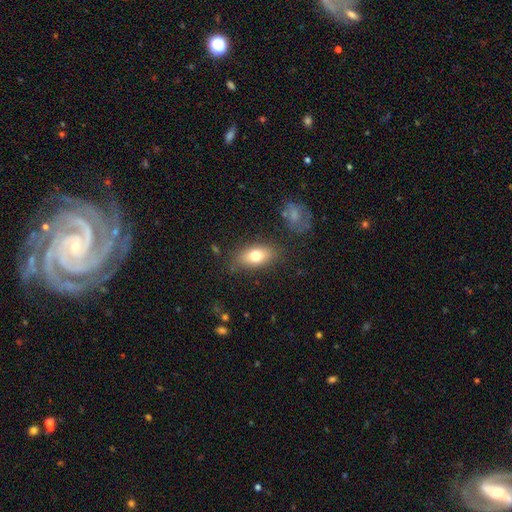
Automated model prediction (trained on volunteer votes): Smooth or featured?
  - smooth: 73% *
  - featured or disk: 19%
  - star or artifact: 8%
How rounded?
  - in between: 84% *
  - round: 9%
  - cigar-shaped: 8%
Merging?
  - none: 80% *
  - minor disturbance: 14%
  - major disturbance: 4%
  - merger: 2%